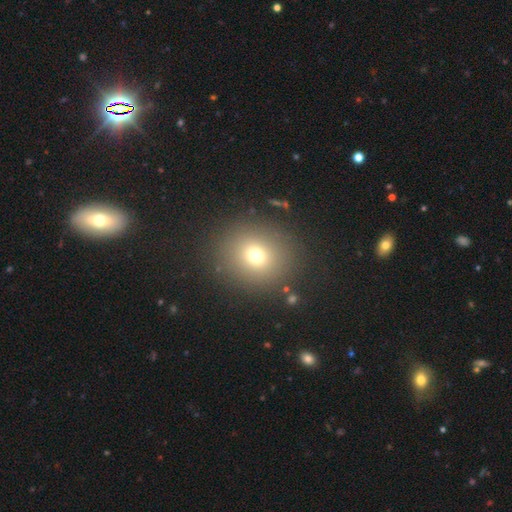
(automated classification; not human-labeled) Overall: smooth (71%). How rounded: round (83%). Merging: none (87%).